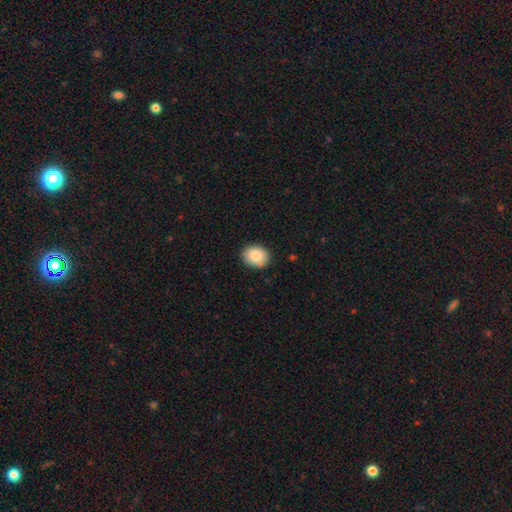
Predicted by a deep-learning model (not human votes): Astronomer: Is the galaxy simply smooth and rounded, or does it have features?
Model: smooth — 86%.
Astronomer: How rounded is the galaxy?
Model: round — 53% (runner-up: in between, 46%).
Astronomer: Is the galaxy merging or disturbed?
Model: none — 88%.